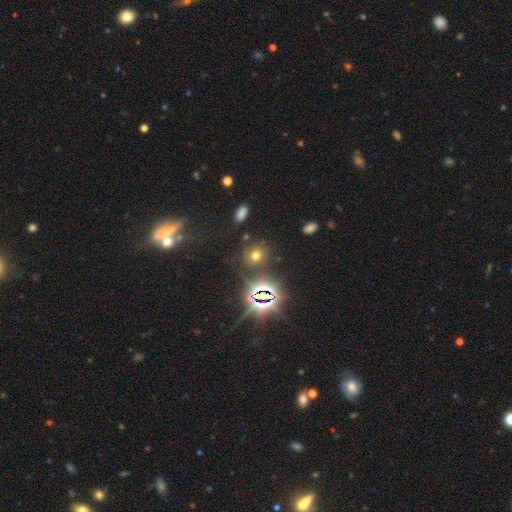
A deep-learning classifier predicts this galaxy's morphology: Smooth or featured: smooth — 53% (star or artifact — 36%)
How rounded: round — 78% (in between — 20%)
Merging: none — 80% (minor disturbance — 10%)